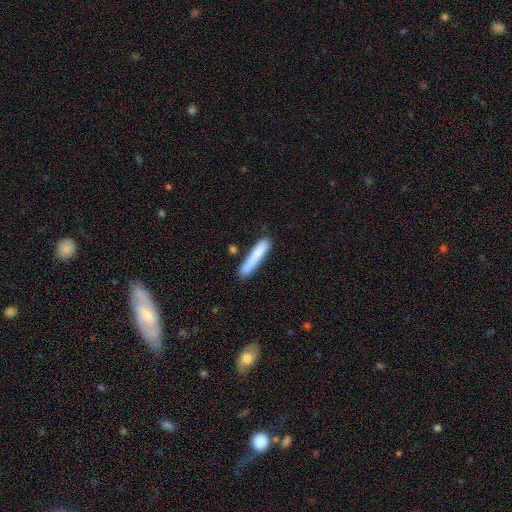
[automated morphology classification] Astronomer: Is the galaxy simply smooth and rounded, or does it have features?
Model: smooth — 80%.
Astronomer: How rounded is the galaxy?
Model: cigar-shaped — 93%.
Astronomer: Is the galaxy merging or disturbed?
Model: none — 77%.